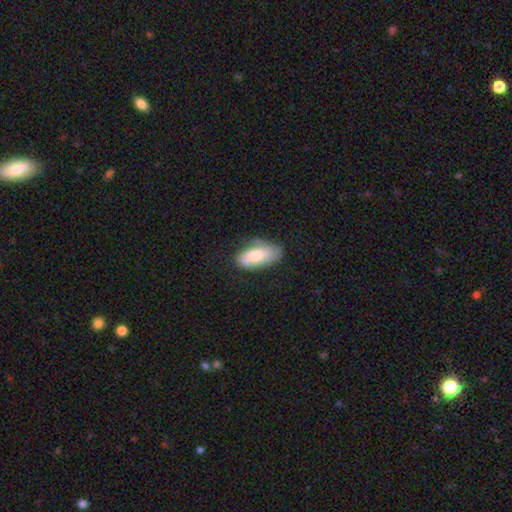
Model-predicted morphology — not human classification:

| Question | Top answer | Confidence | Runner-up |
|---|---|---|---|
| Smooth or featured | smooth | 71% | featured or disk (23%) |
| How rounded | in between | 89% | cigar-shaped (9%) |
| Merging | none | 57% | minor disturbance (32%) |